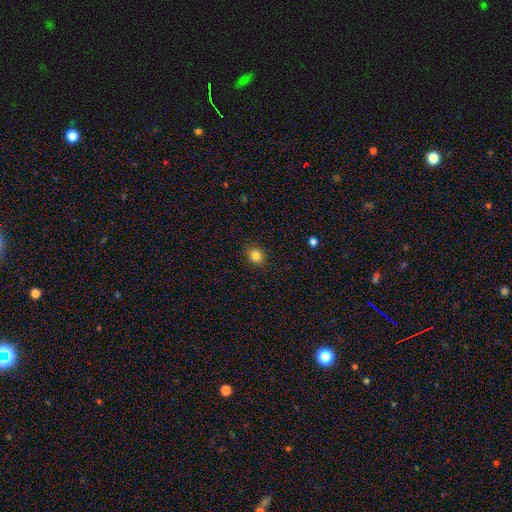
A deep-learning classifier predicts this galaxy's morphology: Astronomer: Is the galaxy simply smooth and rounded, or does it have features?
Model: smooth — 84%.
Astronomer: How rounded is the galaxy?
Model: round — 66%.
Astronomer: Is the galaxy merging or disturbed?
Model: none — 89%.